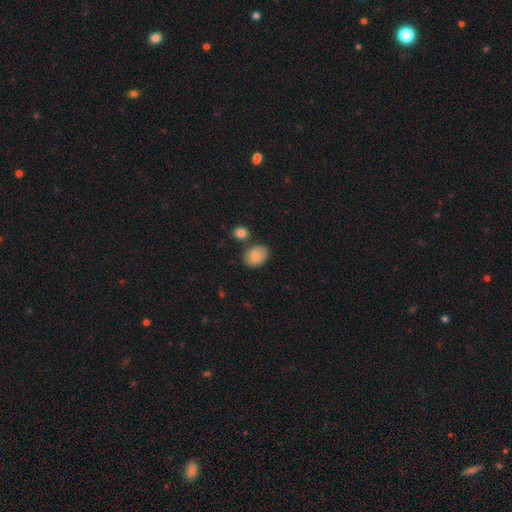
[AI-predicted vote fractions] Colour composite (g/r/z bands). It shows a smooth galaxy with no disk features (82%) that is in between round and cigar-shaped (69%). Merging: none (73%).